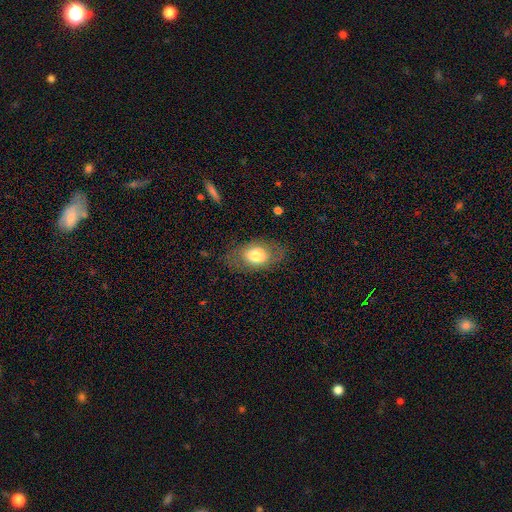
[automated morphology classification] This is likely a smooth galaxy (68%). How rounded: clearly in between (82%). Merging: likely none (72%).